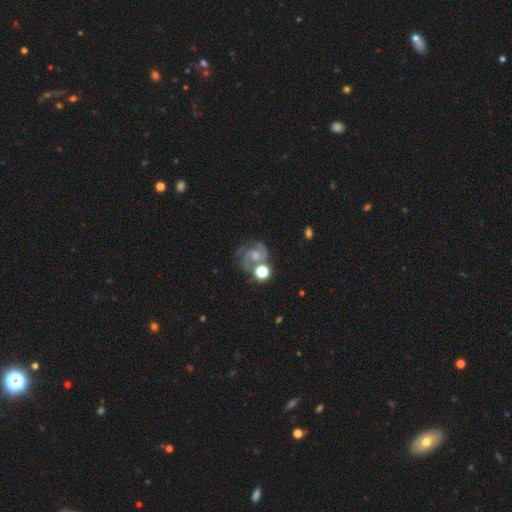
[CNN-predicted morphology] Smooth or featured? Predicted: featured or disk (p=0.83). Edge-on disk? Predicted: no (p=0.98). Bar? Predicted: no (p=0.62). Spiral arms? Predicted: yes (p=0.96). Spiral winding? Predicted: medium (p=0.55). Spiral arm count? Predicted: 2 (p=0.75). Bulge size? Predicted: small (p=0.48). Merging? Predicted: none (p=0.53).